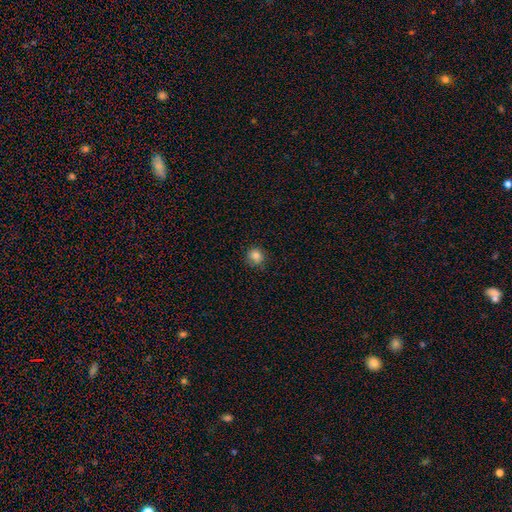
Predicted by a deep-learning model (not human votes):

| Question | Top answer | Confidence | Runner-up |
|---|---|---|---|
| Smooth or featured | smooth | 83% | star or artifact (11%) |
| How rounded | round | 88% | in between (11%) |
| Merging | none | 81% | minor disturbance (15%) |